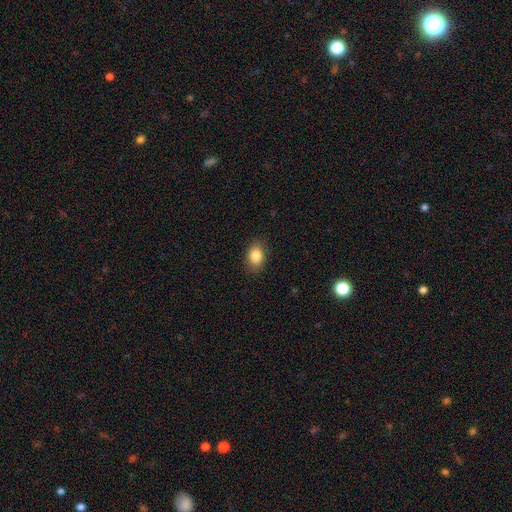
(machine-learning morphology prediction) This appears to be a smooth galaxy with no disk features (84%) that is in between round and cigar-shaped (70%). Merging: none (85%).